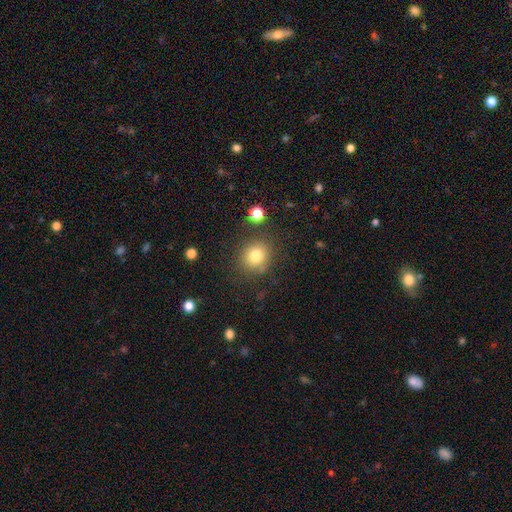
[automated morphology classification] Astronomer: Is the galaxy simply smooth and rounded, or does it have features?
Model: smooth — 80%.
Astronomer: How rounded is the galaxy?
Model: round — 82%.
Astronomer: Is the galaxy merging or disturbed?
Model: none — 80%.